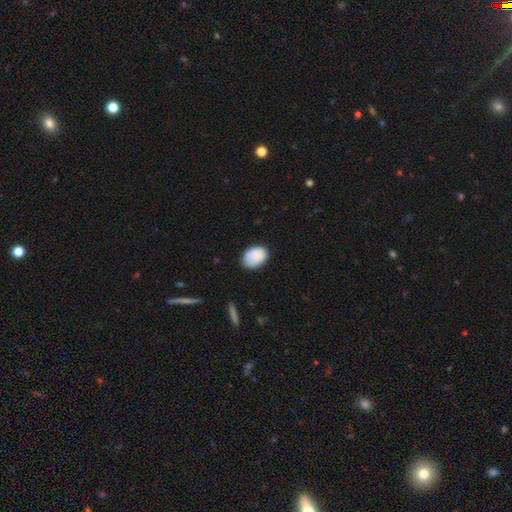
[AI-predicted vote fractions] Overall: smooth (83%). How rounded: in between (82%). Merging: none (70%).